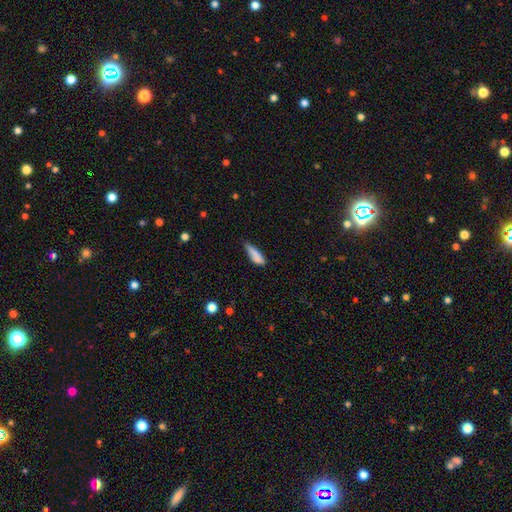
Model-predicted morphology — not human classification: This is clearly a smooth galaxy (83%). How rounded: possibly cigar-shaped (50%). Merging: possibly none (47%).